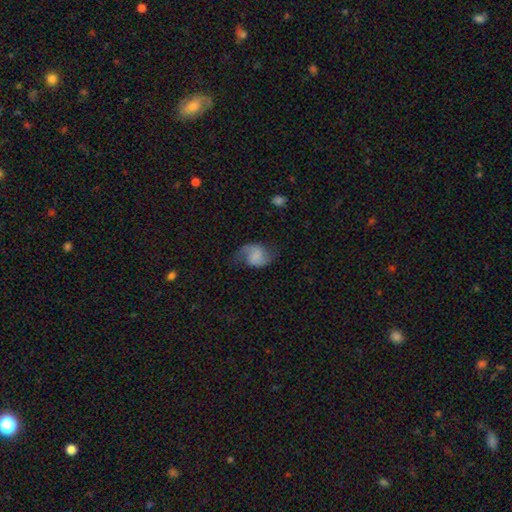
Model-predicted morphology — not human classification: The model was most divided on "bar": no: 50%, weak: 39%, strong: 11%. More confident: edge-on disk — no (98%); spiral arms — yes (93%); spiral arm count — 2 (88%); merging — none (63%); smooth or featured — featured or disk (62%); spiral winding — loose (54%); bulge size — none (51%).